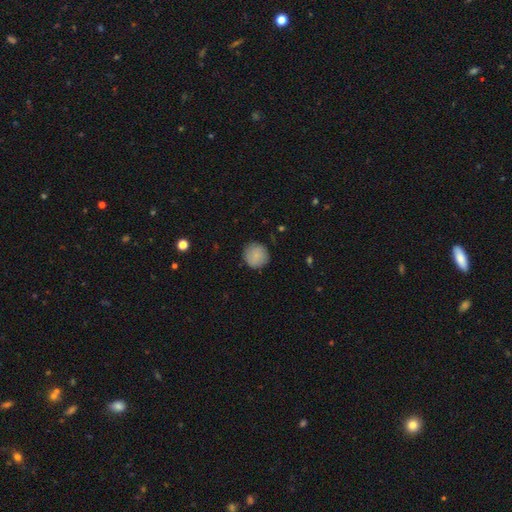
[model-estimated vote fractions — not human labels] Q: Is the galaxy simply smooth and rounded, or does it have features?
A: smooth — 85%.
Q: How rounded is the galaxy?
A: round — 93%.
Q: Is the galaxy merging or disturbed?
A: none — 87%.